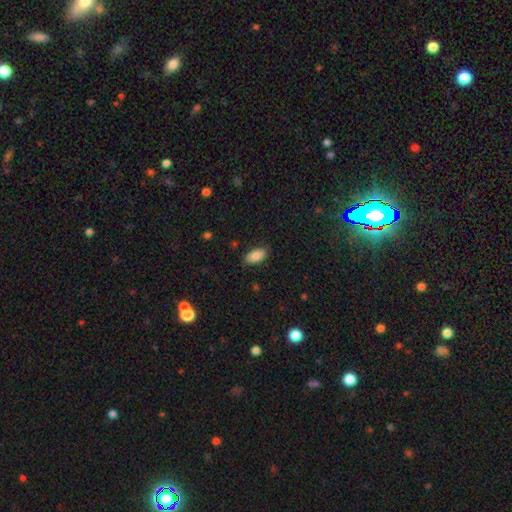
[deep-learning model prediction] Q: Smooth or featured?
A: smooth (84%); runner-up: featured or disk (9%)
Q: How rounded?
A: in between (93%); runner-up: cigar-shaped (4%)
Q: Merging?
A: none (84%); runner-up: minor disturbance (13%)